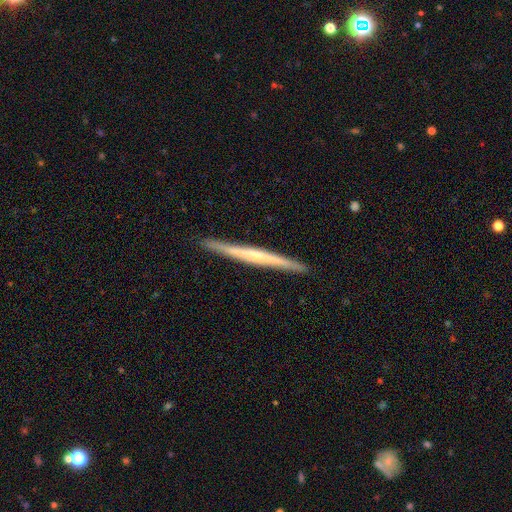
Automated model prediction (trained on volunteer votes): Smooth or featured: featured or disk — 65% (smooth — 30%)
Edge-on disk: yes — 98% (no — 2%)
Edge-on bulge: none — 58% (rounded — 33%)
Merging: none — 92% (minor disturbance — 6%)